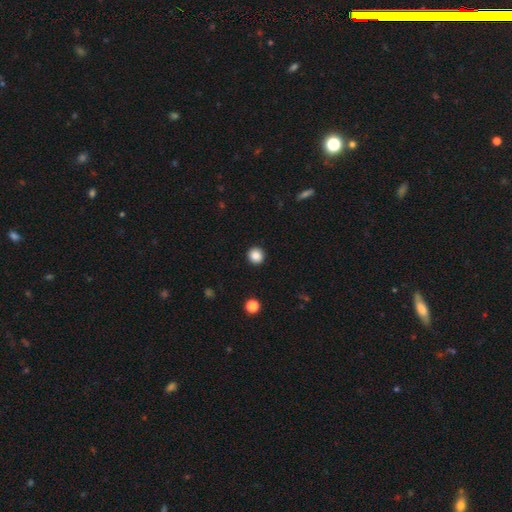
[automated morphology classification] smooth 87%, star or artifact 10%, featured or disk 3%. Down the decision tree: how rounded — round (93%); merging — none (93%).